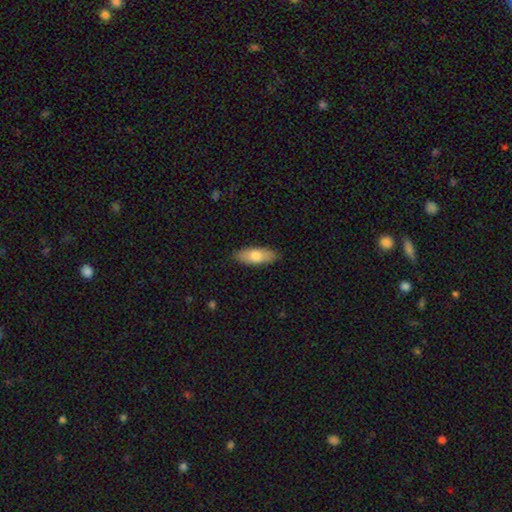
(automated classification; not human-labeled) Smooth or featured? Predicted: smooth (p=0.73). How rounded? Predicted: in between (p=0.74). Merging? Predicted: none (p=0.87).